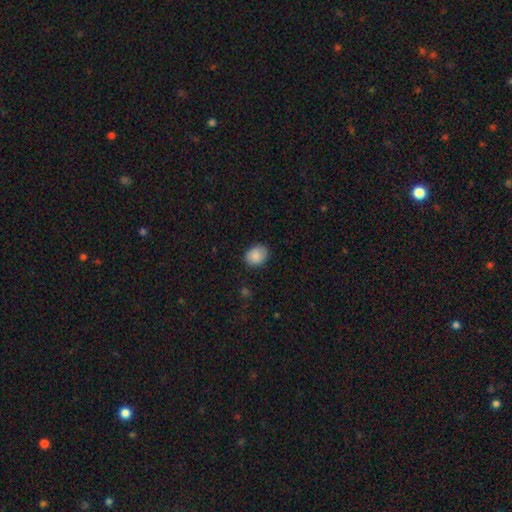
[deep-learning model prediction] Smooth or featured: smooth — 87% (star or artifact — 7%)
How rounded: in between — 54% (round — 45%)
Merging: none — 84% (minor disturbance — 12%)